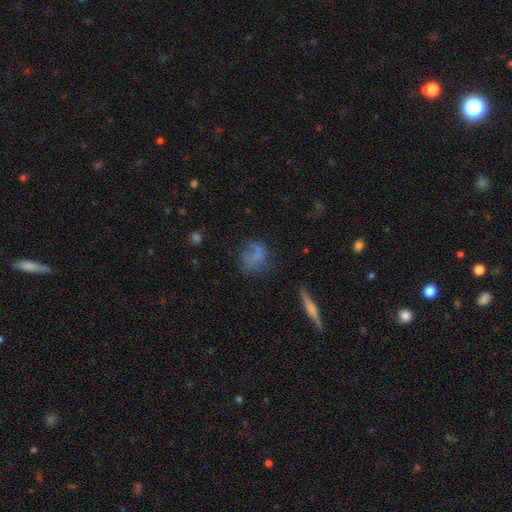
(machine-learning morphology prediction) This appears to be a smooth galaxy with no disk features (59%) that is round (53%). Merging: none (48%).